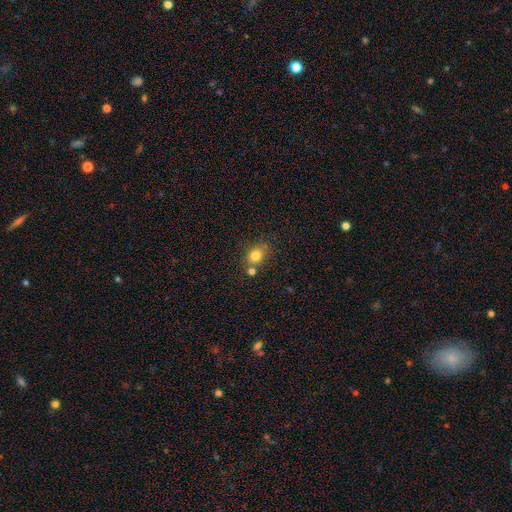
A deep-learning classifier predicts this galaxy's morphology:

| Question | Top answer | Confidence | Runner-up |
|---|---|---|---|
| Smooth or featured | smooth | 80% | star or artifact (12%) |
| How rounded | round | 63% | in between (36%) |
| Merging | none | 66% | merger (18%) |